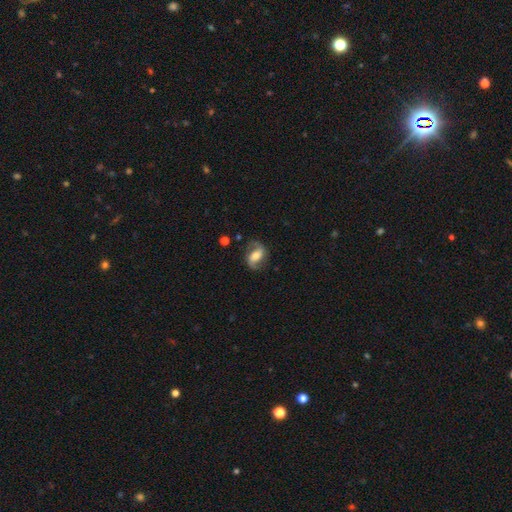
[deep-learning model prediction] smooth_or_featured: featured or disk (p=0.74) [alt: smooth p=0.20]
disk_edge_on: no (p=0.96) [alt: yes p=0.04]
bar: weak (p=0.37) [alt: strong p=0.34]
has_spiral_arms: yes (p=0.90) [alt: no p=0.10]
spiral_winding: medium (p=0.43) [alt: loose p=0.40]
spiral_arm_count: 2 (p=0.89) [alt: can't tell p=0.04]
bulge_size: moderate (p=0.61) [alt: small p=0.22]
merging: none (p=0.76) [alt: minor disturbance p=0.15]